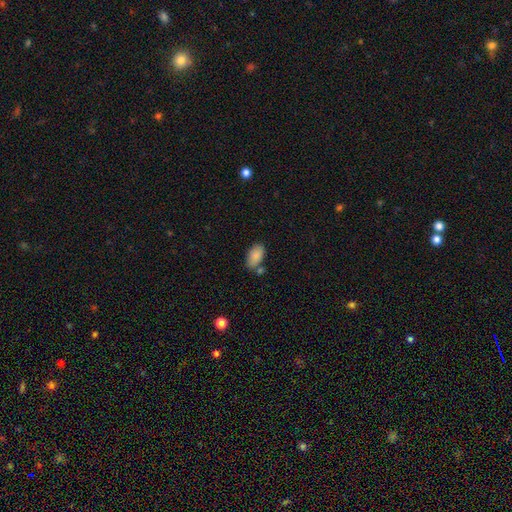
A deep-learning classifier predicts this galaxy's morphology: A smooth galaxy with no disk features (87%) that is in between round and cigar-shaped (94%). Merging: none (66%).